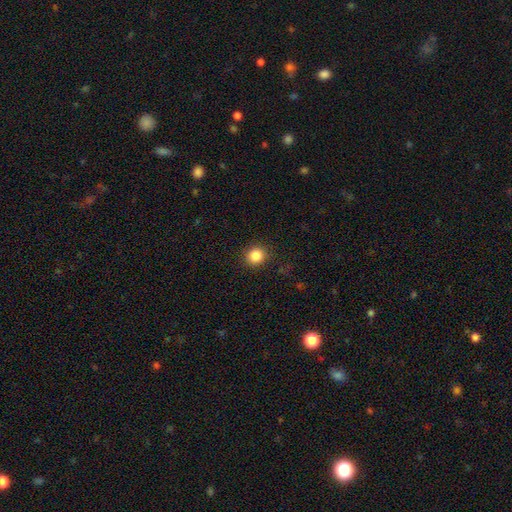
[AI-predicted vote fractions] Smooth or featured? smooth (85%)
How rounded? round (88%)
Merging? none (90%)